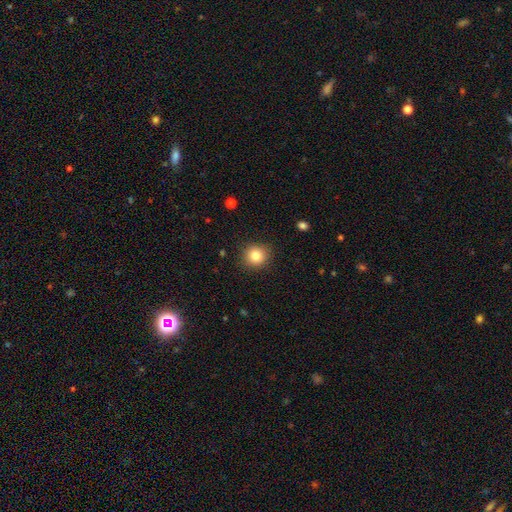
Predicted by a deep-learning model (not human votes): Overall: smooth (83%). How rounded: round (90%). Merging: none (89%).